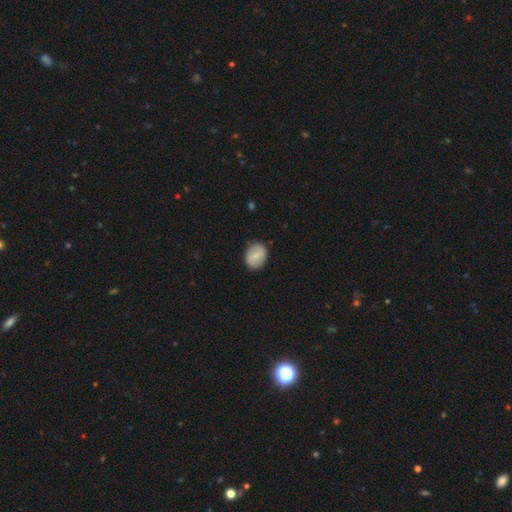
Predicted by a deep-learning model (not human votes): Overall: smooth (69%). How rounded: in between (51%; round 48%). Merging: none (87%).